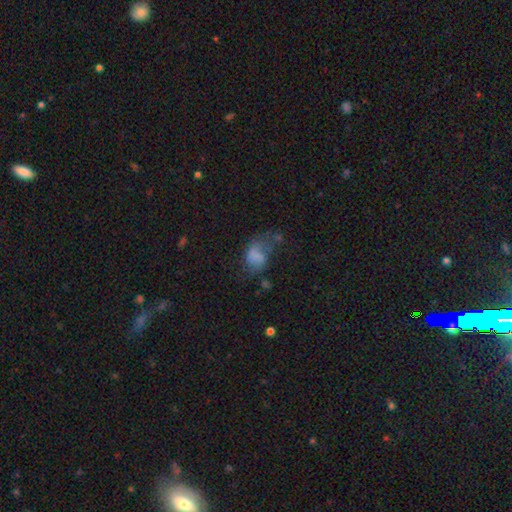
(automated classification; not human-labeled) This is possibly a smooth galaxy (57%). How rounded: likely in between (76%). Merging: marginally major disturbance (40%).